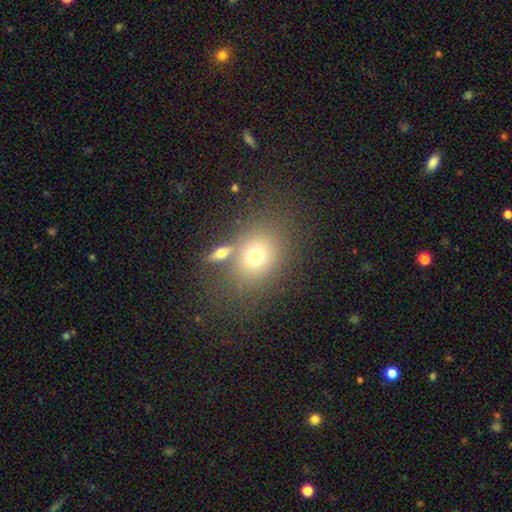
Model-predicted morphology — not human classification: Smooth or featured: smooth — 70% (featured or disk — 15%)
How rounded: in between — 50% (round — 49%)
Merging: none — 64% (merger — 18%)